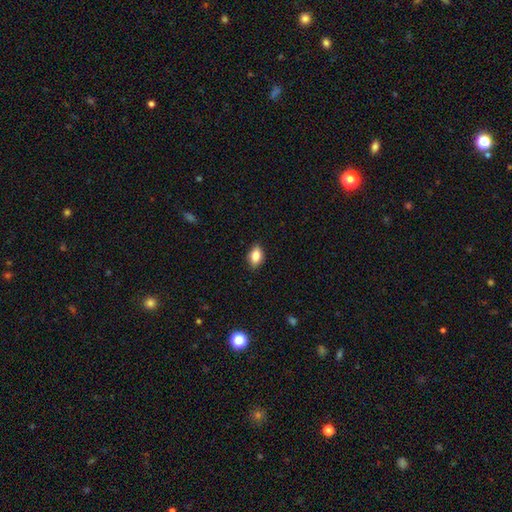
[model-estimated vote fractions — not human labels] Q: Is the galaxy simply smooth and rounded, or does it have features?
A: smooth — 84%.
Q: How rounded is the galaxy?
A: in between — 88%.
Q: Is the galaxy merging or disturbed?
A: none — 85%.